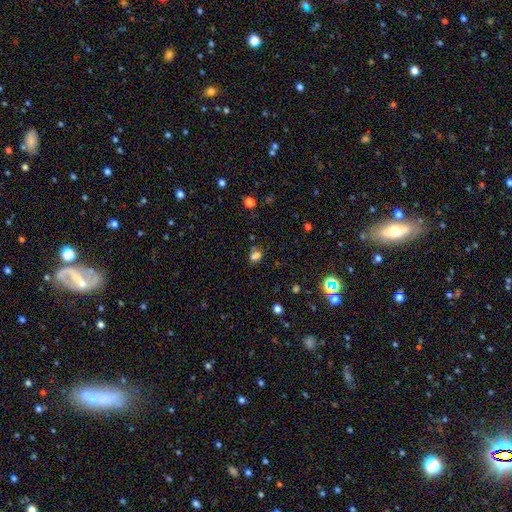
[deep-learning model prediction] Smooth or featured? smooth (67%)
How rounded? in between (61%)
Merging? none (59%)